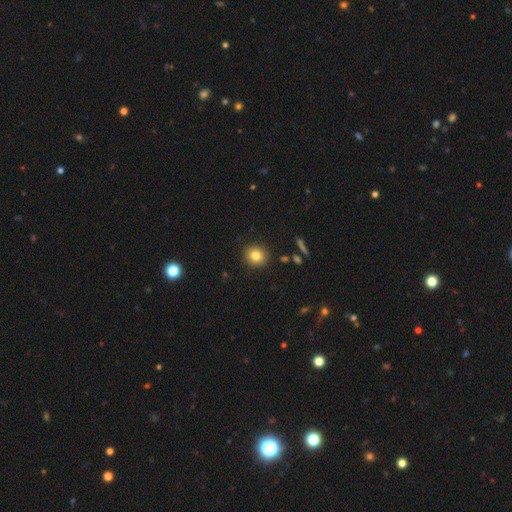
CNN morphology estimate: Smooth or featured: smooth — 82% (star or artifact — 11%)
How rounded: round — 82% (in between — 17%)
Merging: none — 90% (minor disturbance — 6%)